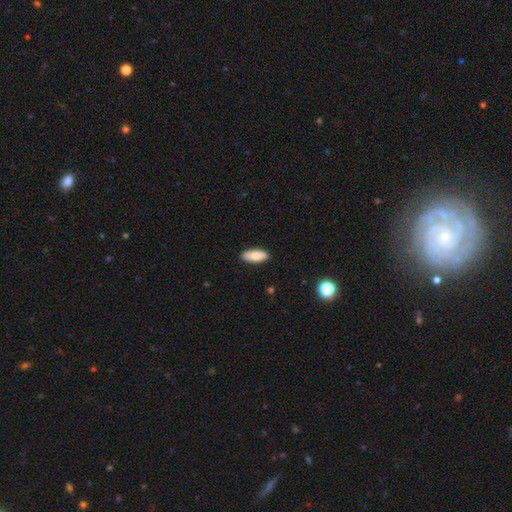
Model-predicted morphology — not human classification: Smooth or featured? smooth (85%)
How rounded? in between (79%)
Merging? none (88%)